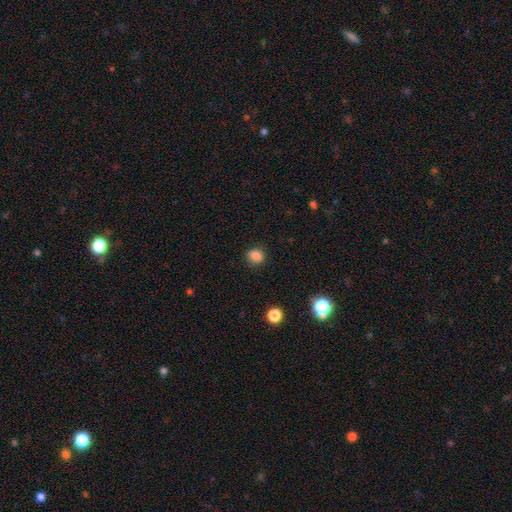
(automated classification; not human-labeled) A smooth galaxy with no disk features (85%) that is round (60%). Merging: none (86%).